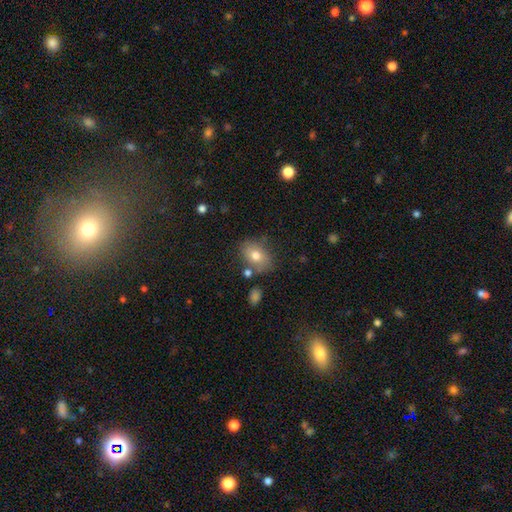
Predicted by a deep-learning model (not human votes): Q: Smooth or featured?
A: smooth (75%); runner-up: featured or disk (16%)
Q: How rounded?
A: in between (71%); runner-up: round (28%)
Q: Merging?
A: none (73%); runner-up: minor disturbance (16%)